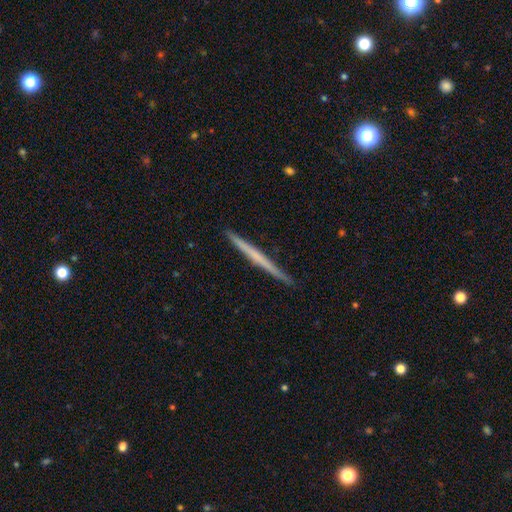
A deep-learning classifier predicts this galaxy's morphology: Q: Smooth or featured?
A: featured or disk (53%); runner-up: smooth (42%)
Q: Edge-on disk?
A: yes (98%); runner-up: no (2%)
Q: Edge-on bulge?
A: none (87%); runner-up: rounded (9%)
Q: Merging?
A: none (91%); runner-up: minor disturbance (7%)